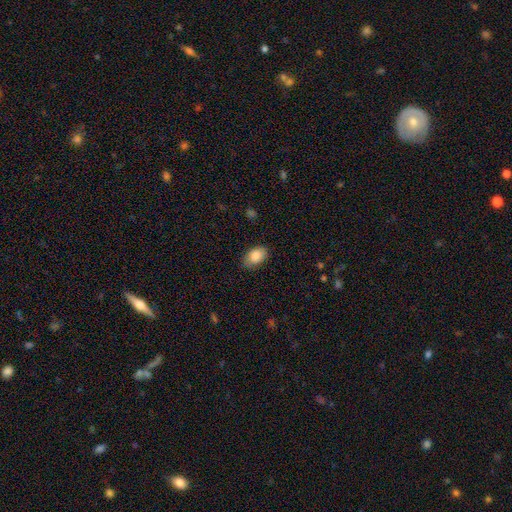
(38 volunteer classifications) Q: Smooth or featured?
A: smooth (84%); runner-up: featured or disk (16%)
Q: How rounded?
A: in between (84%); runner-up: round (16%)
Q: Merging?
A: none (82%); runner-up: minor disturbance (18%)